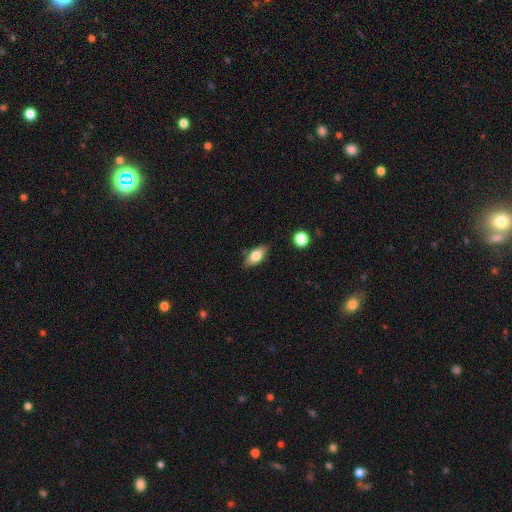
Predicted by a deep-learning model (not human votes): Morphology: type=smooth (74%); roundness=in between (82%); merging=none (80%).